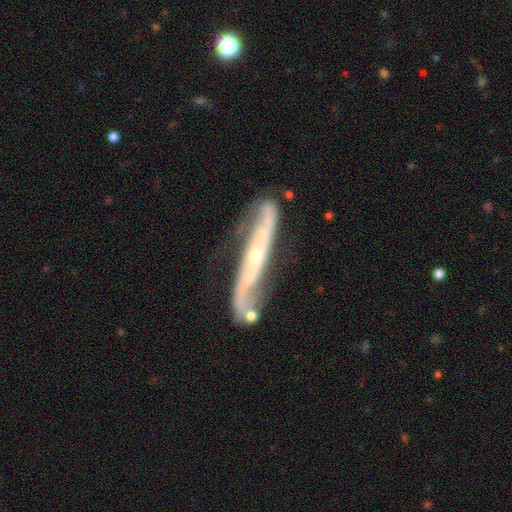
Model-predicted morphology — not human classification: type=featured or disk (84%); edge-on=no (59%); merging=none (65%).